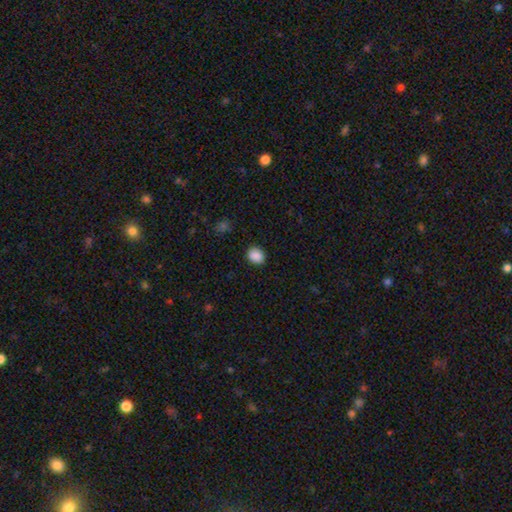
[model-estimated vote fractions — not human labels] A smooth galaxy with no disk features (88%) that is round (63%). Merging: none (89%).